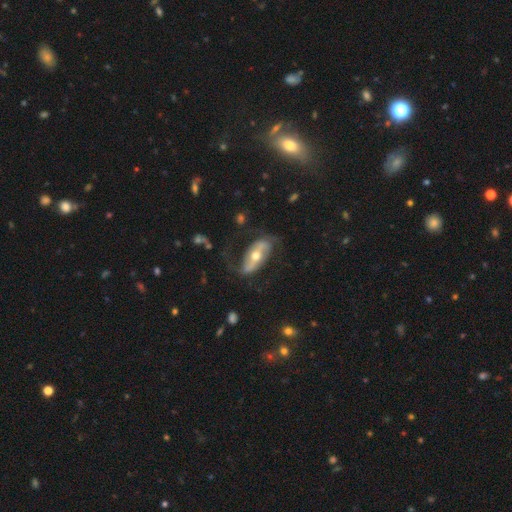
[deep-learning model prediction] smooth_or_featured: featured or disk (p=0.74) [alt: smooth p=0.21]
disk_edge_on: no (p=0.87) [alt: yes p=0.13]
bar: strong (p=0.41) [alt: no p=0.32]
has_spiral_arms: yes (p=0.82) [alt: no p=0.18]
spiral_winding: loose (p=0.59) [alt: medium p=0.29]
spiral_arm_count: 2 (p=0.86) [alt: can't tell p=0.07]
bulge_size: moderate (p=0.70) [alt: small p=0.22]
merging: none (p=0.61) [alt: minor disturbance p=0.20]